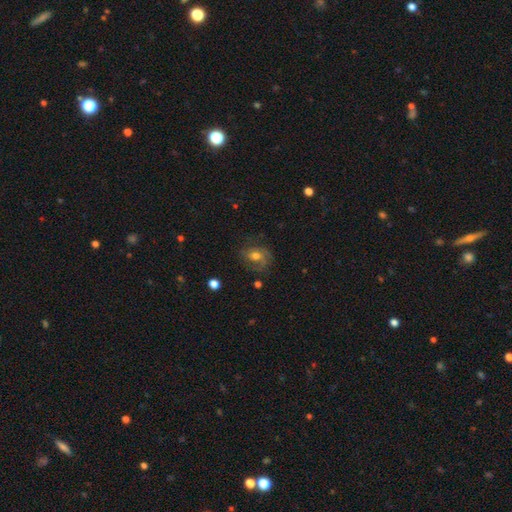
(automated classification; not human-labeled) Smooth or featured: featured or disk — 58% (smooth — 30%)
Edge-on disk: no — 96% (yes — 4%)
Bar: no — 65% (weak — 29%)
Spiral arms: yes — 85% (no — 15%)
Bulge size: moderate — 68% (small — 16%)
Merging: none — 64% (minor disturbance — 20%)